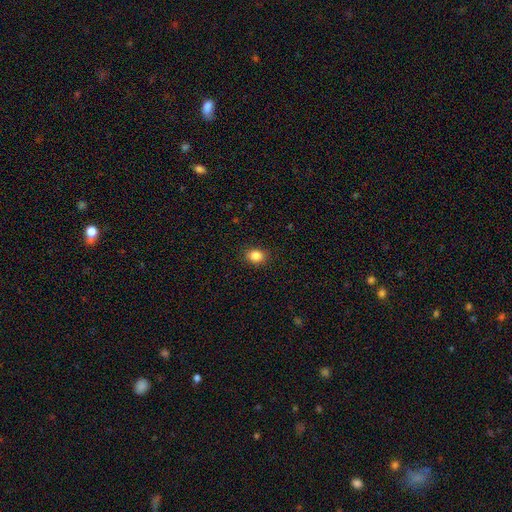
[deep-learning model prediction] smooth 85%, star or artifact 10%, featured or disk 4%. Down the decision tree: how rounded — in between (51%); merging — none (89%).